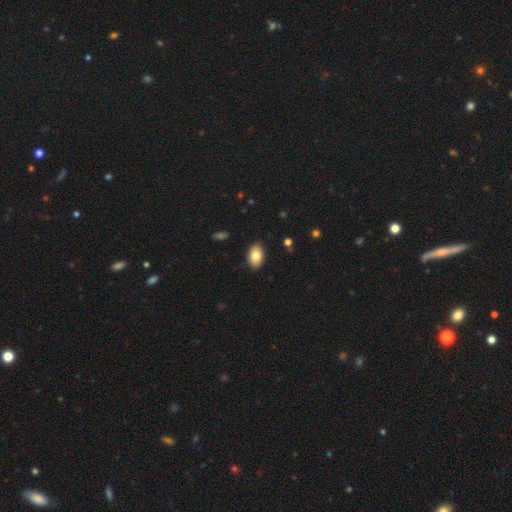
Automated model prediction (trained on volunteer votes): smooth_or_featured: smooth (p=0.80) [alt: featured or disk p=0.13]
how_rounded: in between (p=0.90) [alt: round p=0.08]
merging: none (p=0.89) [alt: minor disturbance p=0.08]